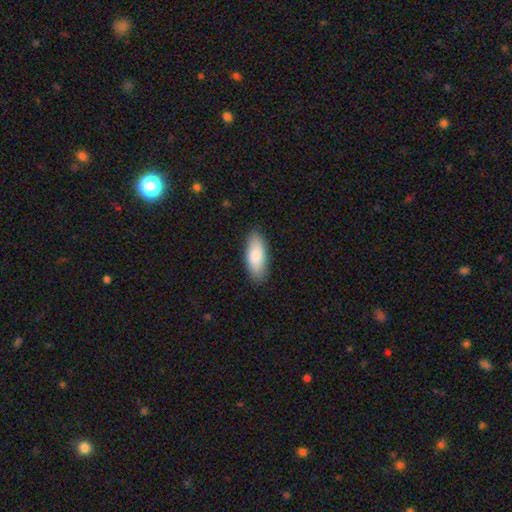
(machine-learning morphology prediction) smooth 85%, featured or disk 9%, star or artifact 5%. Down the decision tree: how rounded — in between (81%); merging — none (87%).